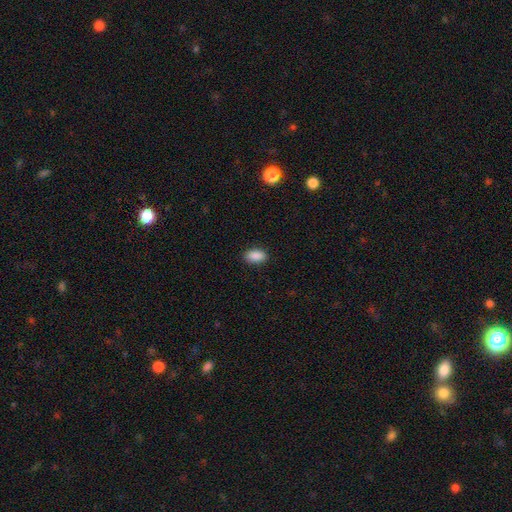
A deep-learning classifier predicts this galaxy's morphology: Smooth or featured? Predicted: smooth (p=0.89). How rounded? Predicted: in between (p=0.91). Merging? Predicted: none (p=0.88).